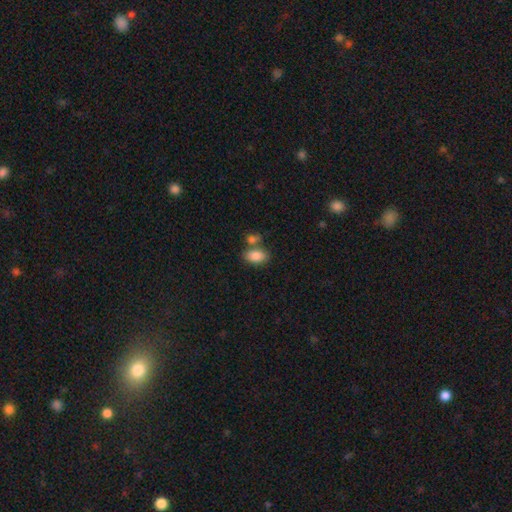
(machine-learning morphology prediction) Smooth or featured: smooth — 85% (star or artifact — 7%)
How rounded: in between — 91% (round — 8%)
Merging: none — 57% (merger — 27%)